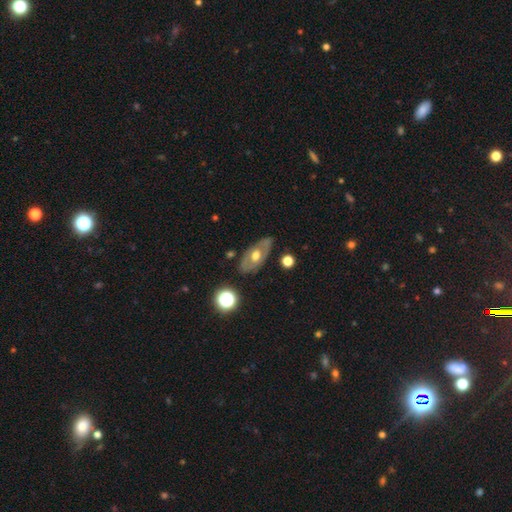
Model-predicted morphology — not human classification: type=featured or disk (55%); edge-on=no (83%); merging=none (76%).